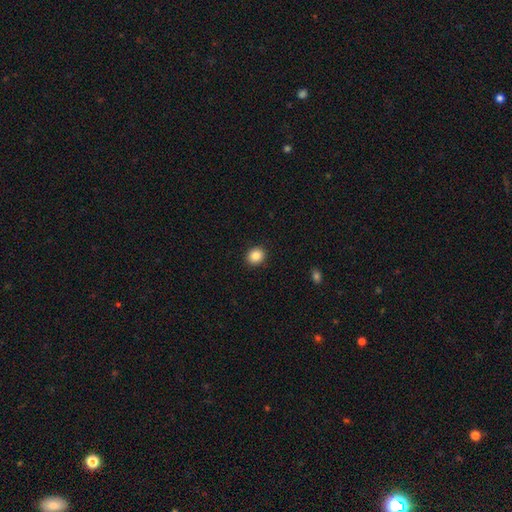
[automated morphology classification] Smooth or featured? Predicted: smooth (p=0.86). How rounded? Predicted: round (p=0.73). Merging? Predicted: none (p=0.91).